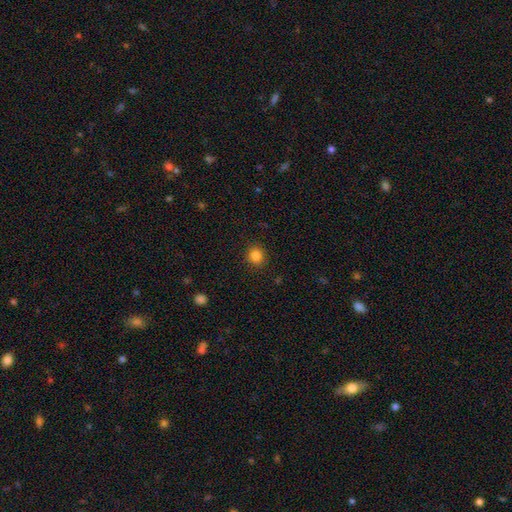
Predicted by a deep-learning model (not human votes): Smooth or featured? Predicted: smooth (p=0.84). How rounded? Predicted: round (p=0.89). Merging? Predicted: none (p=0.90).